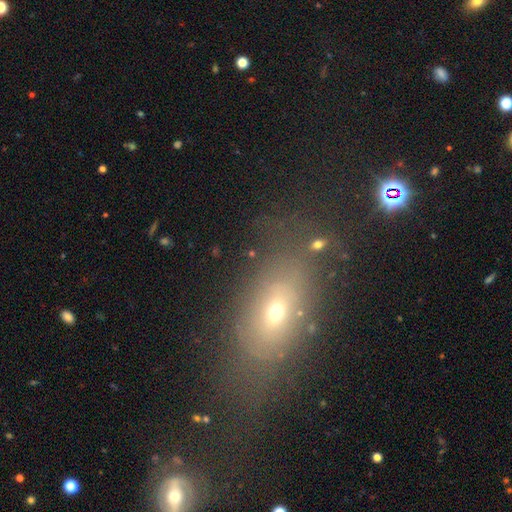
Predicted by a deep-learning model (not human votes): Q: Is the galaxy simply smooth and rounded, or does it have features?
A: smooth — 53%.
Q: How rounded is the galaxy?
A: in between — 69%.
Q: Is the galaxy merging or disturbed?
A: none — 67%.